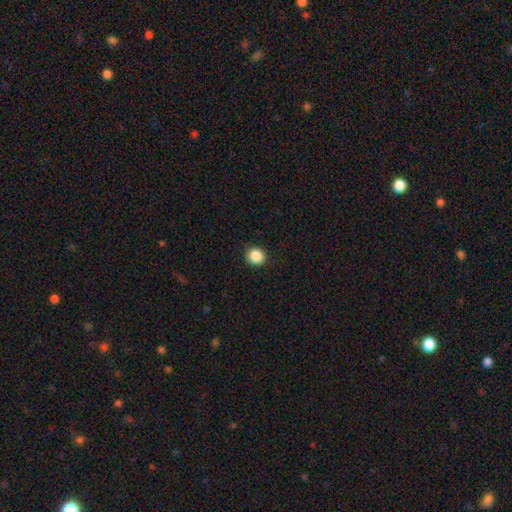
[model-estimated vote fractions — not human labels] smooth_or_featured: smooth (p=0.87) [alt: star or artifact p=0.10]
how_rounded: round (p=0.93) [alt: in between p=0.06]
merging: none (p=0.92) [alt: minor disturbance p=0.06]